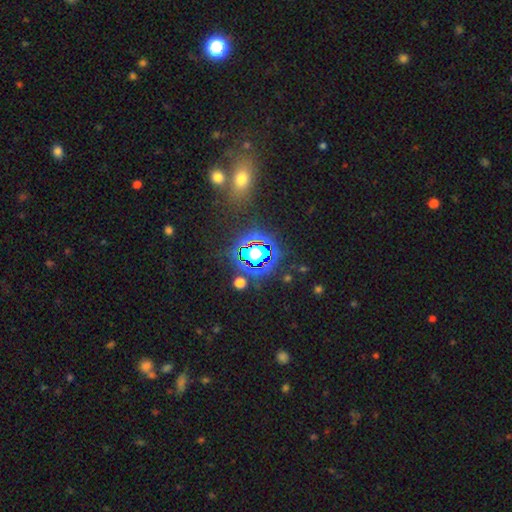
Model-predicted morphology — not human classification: star or artifact 70%, smooth 20%, featured or disk 10%.